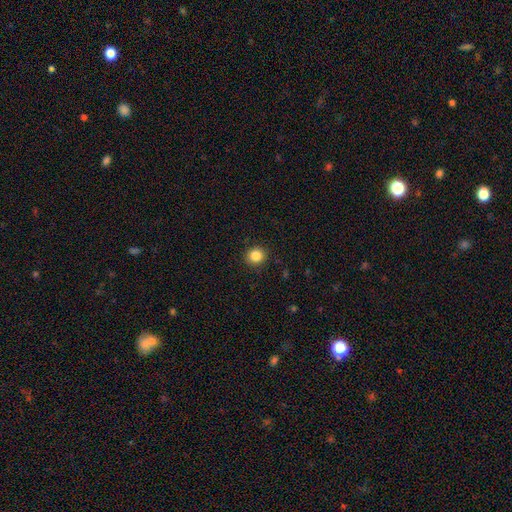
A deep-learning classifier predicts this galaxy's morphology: Smooth or featured? Predicted: smooth (p=0.86). How rounded? Predicted: round (p=0.90). Merging? Predicted: none (p=0.91).